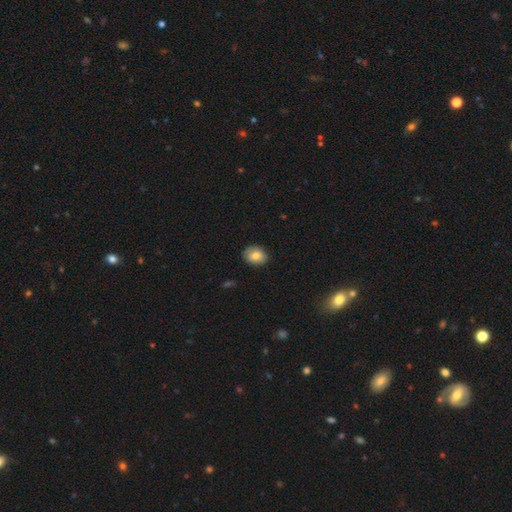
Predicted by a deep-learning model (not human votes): Q: Smooth or featured?
A: smooth (79%); runner-up: featured or disk (13%)
Q: How rounded?
A: in between (60%); runner-up: round (39%)
Q: Merging?
A: none (87%); runner-up: minor disturbance (10%)